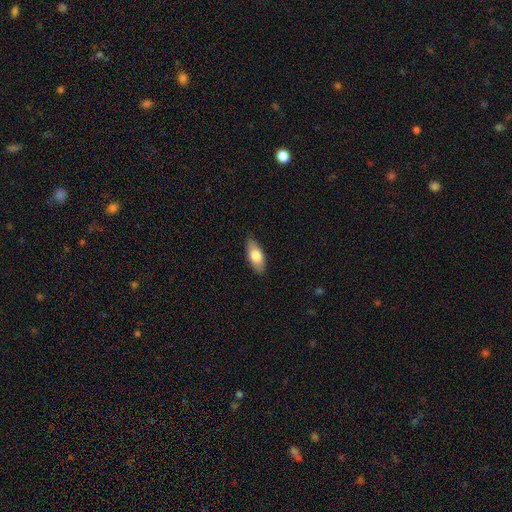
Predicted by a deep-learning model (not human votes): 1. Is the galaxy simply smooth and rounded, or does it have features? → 73% smooth, 21% featured or disk, 6% star or artifact.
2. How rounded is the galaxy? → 83% in between, 14% cigar-shaped, 3% round.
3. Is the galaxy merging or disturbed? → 86% none, 11% minor disturbance, 2% major disturbance, 1% merger.